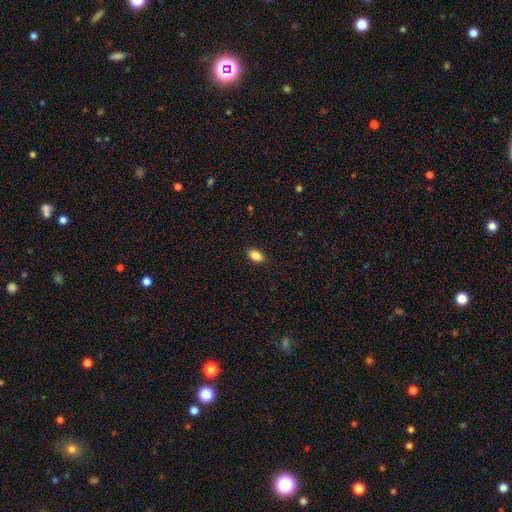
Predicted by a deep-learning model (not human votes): The model was most divided on "how rounded": in between: 87%, round: 11%, cigar-shaped: 2%. More confident: merging — none (89%); smooth or featured — smooth (87%).